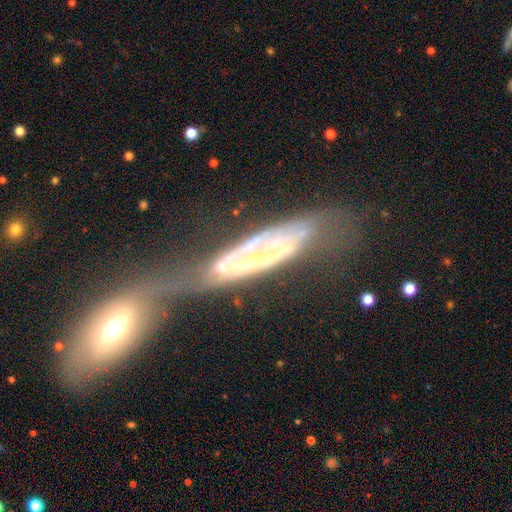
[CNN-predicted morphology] smooth-or-featured: featured or disk: 72% | smooth: 19% | star or artifact: 10%
  disk-edge-on: no: 64% | yes: 36%
  merging: merger: 49% | none: 23% | major disturbance: 14% | minor disturbance: 14%